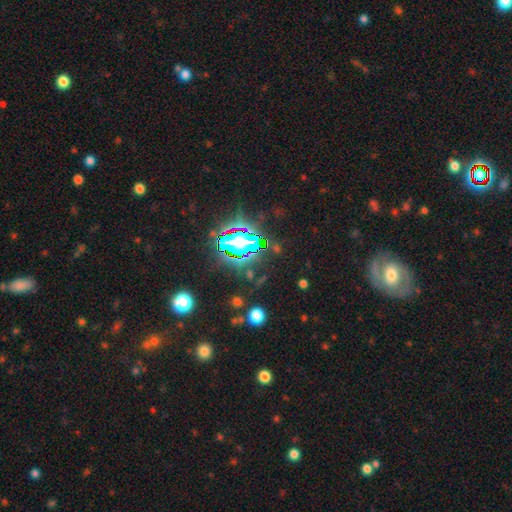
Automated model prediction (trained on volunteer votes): Overall: star or artifact (78%).